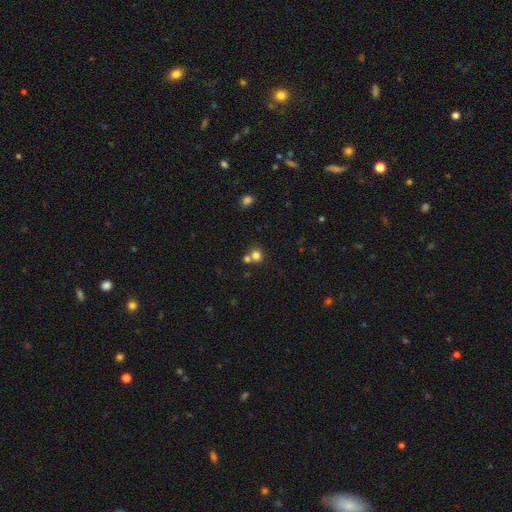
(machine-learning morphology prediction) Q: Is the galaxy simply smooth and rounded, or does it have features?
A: smooth — 78%.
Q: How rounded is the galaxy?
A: round — 82%.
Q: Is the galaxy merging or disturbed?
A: none — 56%.